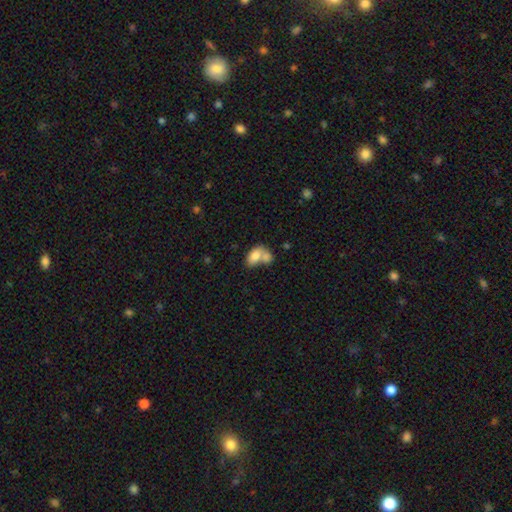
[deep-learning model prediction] Smooth or featured? smooth (77%)
How rounded? in between (88%)
Merging? merger (64%)